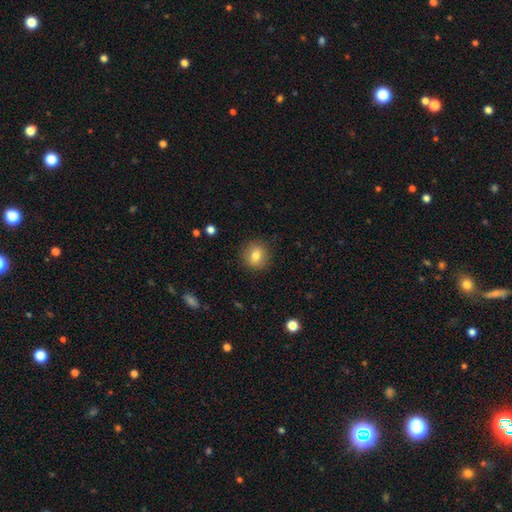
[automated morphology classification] Smooth or featured: smooth — 79% (featured or disk — 12%)
How rounded: round — 84% (in between — 15%)
Merging: none — 89% (minor disturbance — 8%)